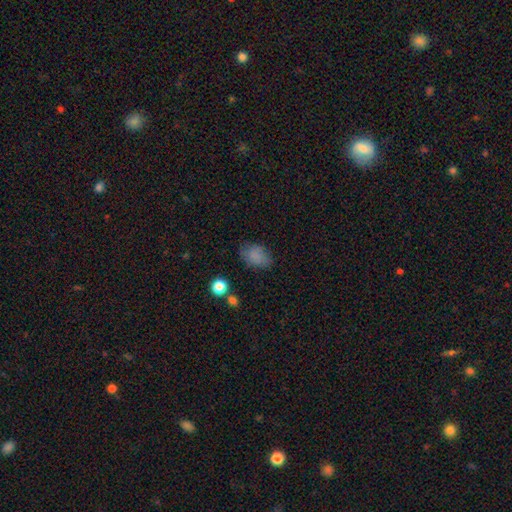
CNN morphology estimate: smooth 83%, star or artifact 10%, featured or disk 7%. Down the decision tree: how rounded — in between (82%); merging — none (71%).